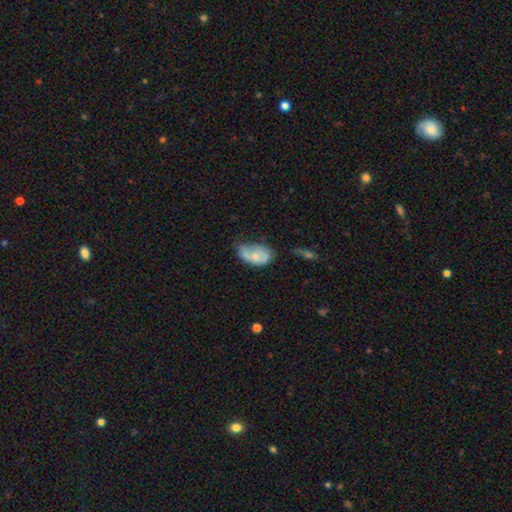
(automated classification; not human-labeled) This is possibly a smooth galaxy (59%). How rounded: clearly in between (90%). Merging: marginally minor disturbance (37%).